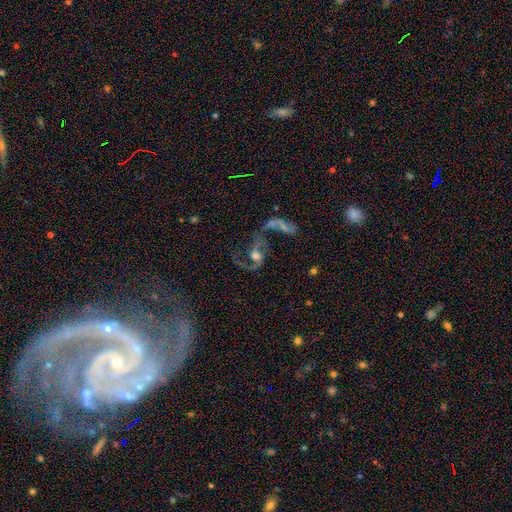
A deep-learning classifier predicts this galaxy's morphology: type=featured or disk (77%); edge-on=no (96%); bar=no (60%); spiral arms=yes (86%); winding=loose (71%); arm count=2 (76%); bulge=moderate (54%); merging=merger (40%).